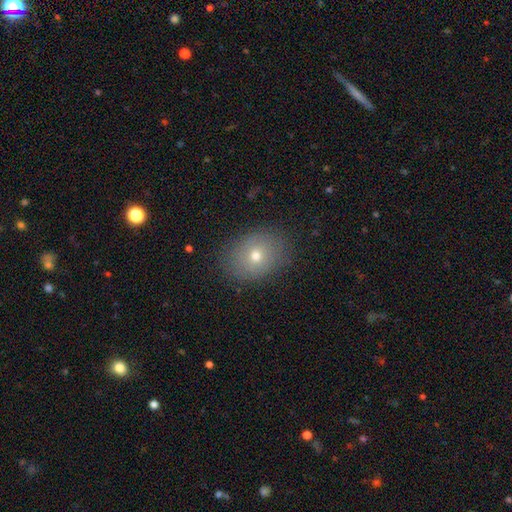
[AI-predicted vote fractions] Smooth or featured? smooth (68%)
How rounded? in between (56%)
Merging? none (85%)